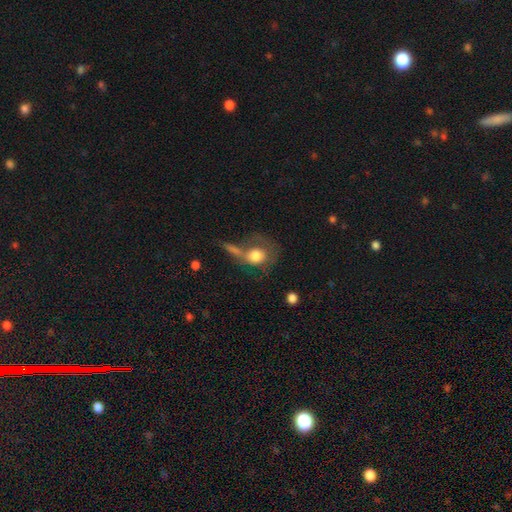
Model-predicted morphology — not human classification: This appears to be a smooth galaxy with no disk features (68%) that is round (59%). Merging: none (31%).